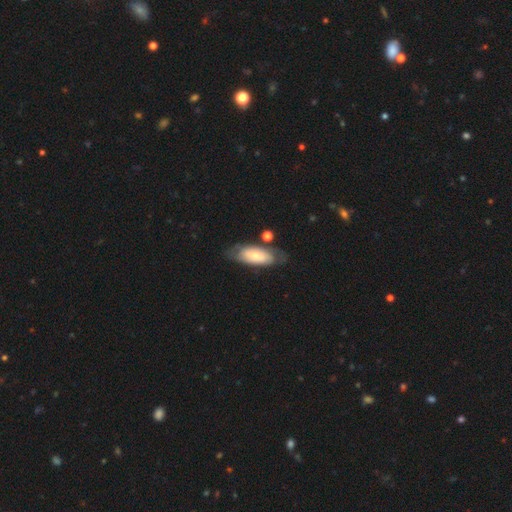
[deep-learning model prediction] smooth_or_featured: smooth (p=0.57) [alt: featured or disk p=0.37]
how_rounded: in between (p=0.78) [alt: cigar-shaped p=0.19]
merging: none (p=0.62) [alt: minor disturbance p=0.23]